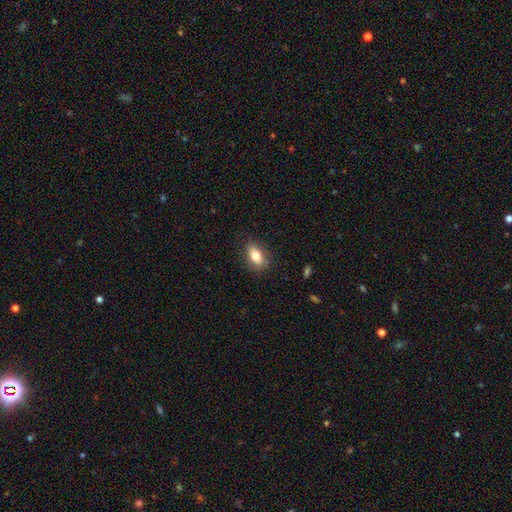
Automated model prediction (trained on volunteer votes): Smooth or featured: smooth — 77% (featured or disk — 15%)
How rounded: in between — 84% (round — 8%)
Merging: none — 84% (minor disturbance — 12%)